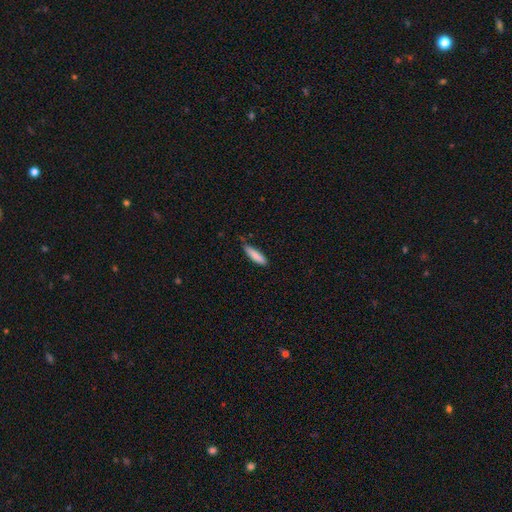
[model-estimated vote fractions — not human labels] Smooth or featured: smooth — 85% (featured or disk — 9%)
How rounded: cigar-shaped — 74% (in between — 25%)
Merging: none — 70% (minor disturbance — 24%)